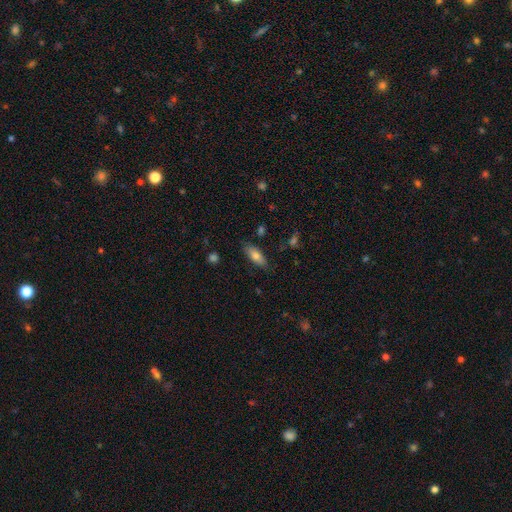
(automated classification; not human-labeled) This is likely a smooth galaxy (76%). How rounded: likely in between (76%). Merging: likely none (79%).